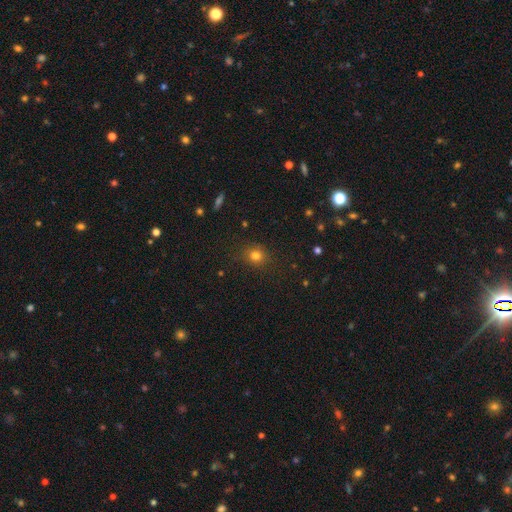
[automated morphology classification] Smooth or featured: smooth — 78% (star or artifact — 16%)
How rounded: round — 78% (in between — 20%)
Merging: none — 85% (minor disturbance — 11%)